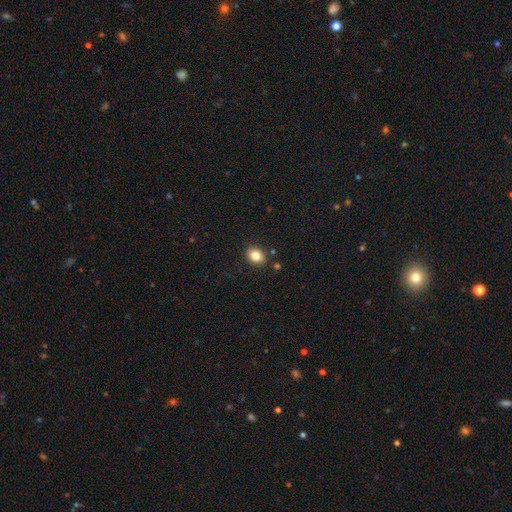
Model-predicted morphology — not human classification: Smooth or featured: smooth — 83% (star or artifact — 10%)
How rounded: in between — 60% (round — 40%)
Merging: none — 87% (minor disturbance — 8%)